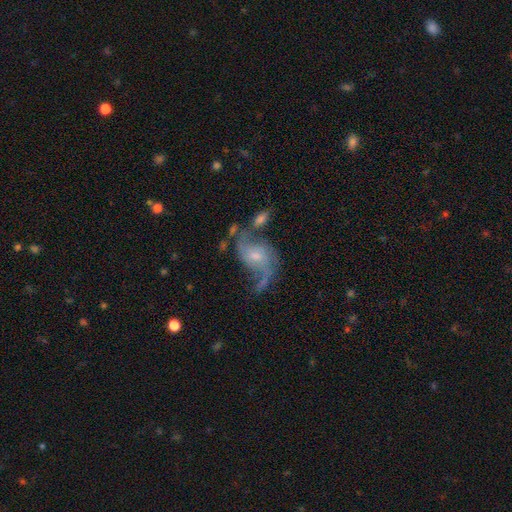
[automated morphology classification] Smooth or featured? featured or disk (82%)
Edge-on disk? no (97%)
Bar? no (58%)
Spiral arms? yes (92%)
Spiral winding? loose (68%)
Spiral arm count? 2 (80%)
Bulge size? small (56%)
Merging? none (44%)